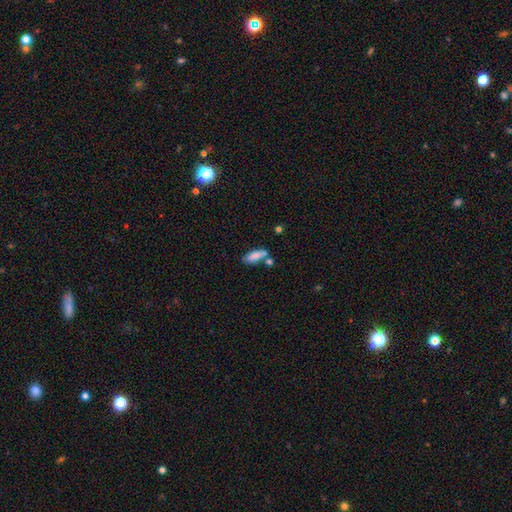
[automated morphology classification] smooth-or-featured: smooth: 83% | featured or disk: 10% | star or artifact: 7%
  how-rounded: in between: 61% | cigar-shaped: 37% | round: 2%
  merging: none: 58% | merger: 22% | minor disturbance: 16% | major disturbance: 4%